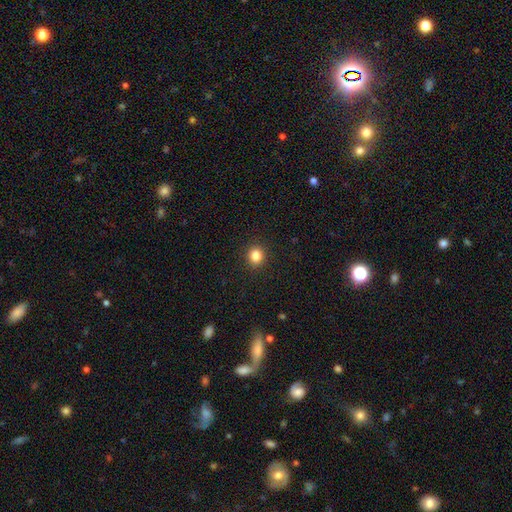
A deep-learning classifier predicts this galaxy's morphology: smooth-or-featured: smooth: 84% | star or artifact: 11% | featured or disk: 4%
  how-rounded: round: 88% | in between: 12% | cigar-shaped: 1%
  merging: none: 92% | minor disturbance: 5% | major disturbance: 2% | merger: 1%